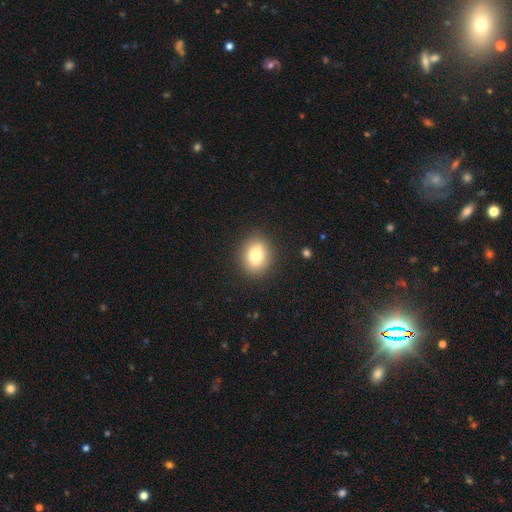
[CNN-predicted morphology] Smooth or featured? smooth (78%)
How rounded? round (59%)
Merging? none (84%)